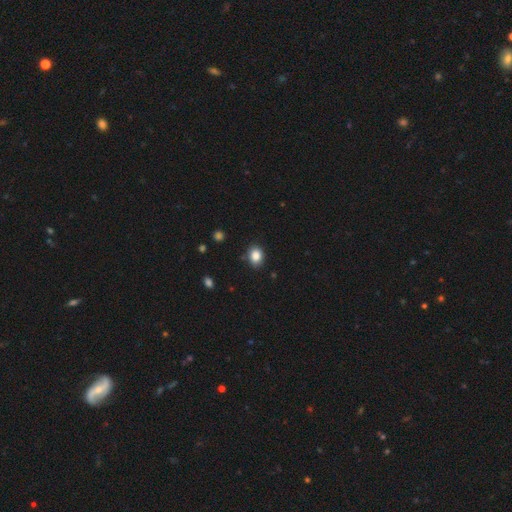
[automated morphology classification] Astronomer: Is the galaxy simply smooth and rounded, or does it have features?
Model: smooth — 86%.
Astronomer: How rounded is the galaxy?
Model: in between — 55% (runner-up: round, 44%).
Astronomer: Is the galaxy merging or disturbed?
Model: none — 85%.